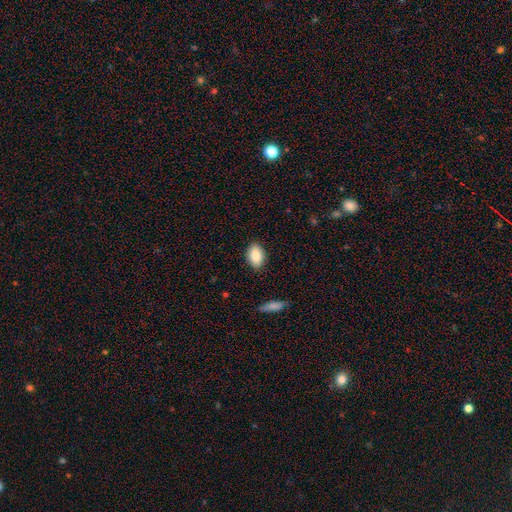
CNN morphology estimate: Q: Smooth or featured?
A: smooth (86%); runner-up: star or artifact (7%)
Q: How rounded?
A: in between (88%); runner-up: round (10%)
Q: Merging?
A: none (87%); runner-up: minor disturbance (9%)